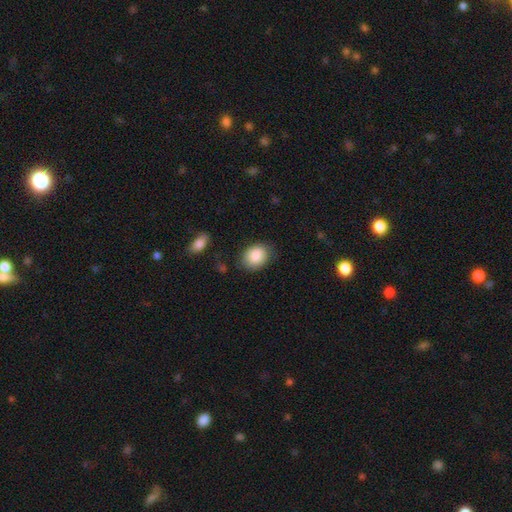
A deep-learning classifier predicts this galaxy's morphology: smooth 87%, star or artifact 7%, featured or disk 6%. Down the decision tree: how rounded — in between (59%); merging — none (76%).